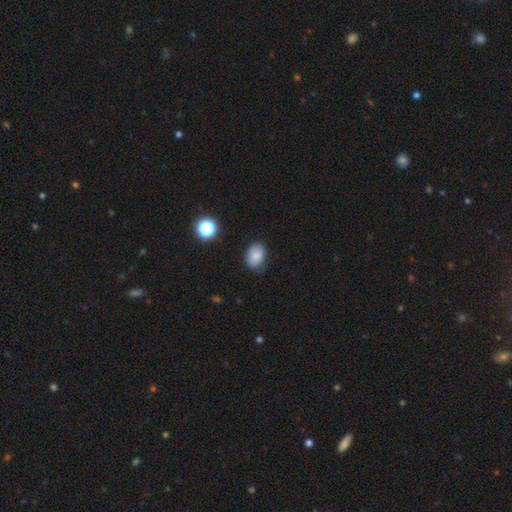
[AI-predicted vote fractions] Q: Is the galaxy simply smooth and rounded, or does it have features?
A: smooth — 81%.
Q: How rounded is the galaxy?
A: in between — 78%.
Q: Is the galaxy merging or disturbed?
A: none — 74%.